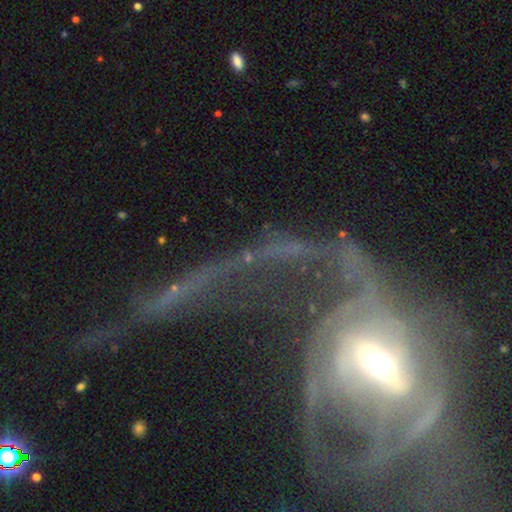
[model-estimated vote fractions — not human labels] Morphology: type=featured or disk (77%); edge-on=no (88%); bar=strong (38%); spiral arms=yes (63%); bulge=moderate (59%); merging=major disturbance (60%).